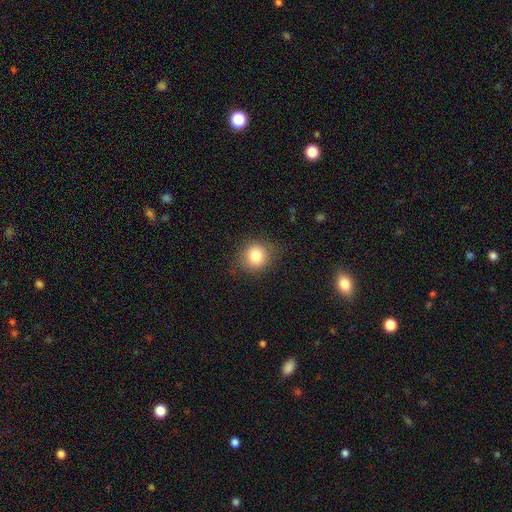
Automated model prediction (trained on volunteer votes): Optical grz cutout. It shows a smooth galaxy with no disk features (81%) that is round (81%). Merging: none (81%).